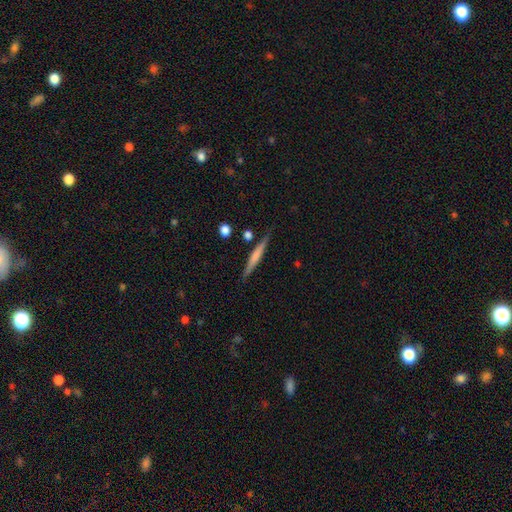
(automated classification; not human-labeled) smooth 48%, featured or disk 46%, star or artifact 6%. Down the decision tree: merging — none (84%).